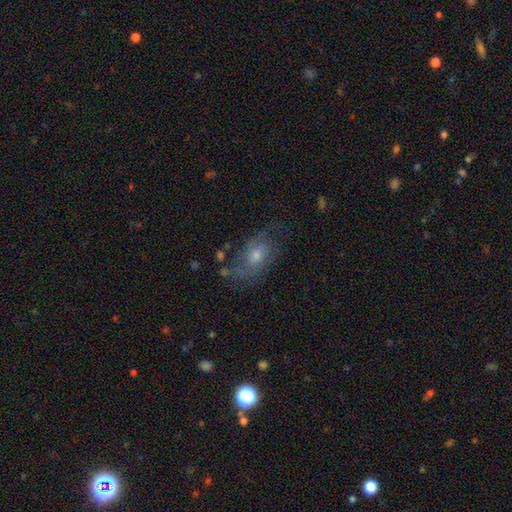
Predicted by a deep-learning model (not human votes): Morphology: type=featured or disk (54%); edge-on=no (93%); bar=no (74%); spiral arms=yes (80%); bulge=moderate (56%); merging=none (63%).